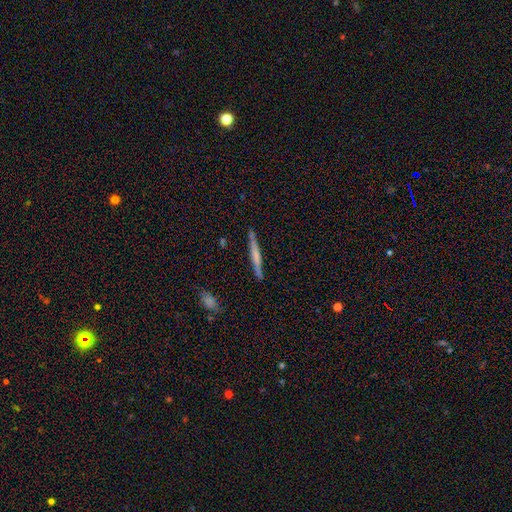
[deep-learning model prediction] Smooth or featured? Predicted: featured or disk (p=0.50). Edge-on disk? Predicted: yes (p=0.97). Merging? Predicted: none (p=0.89).